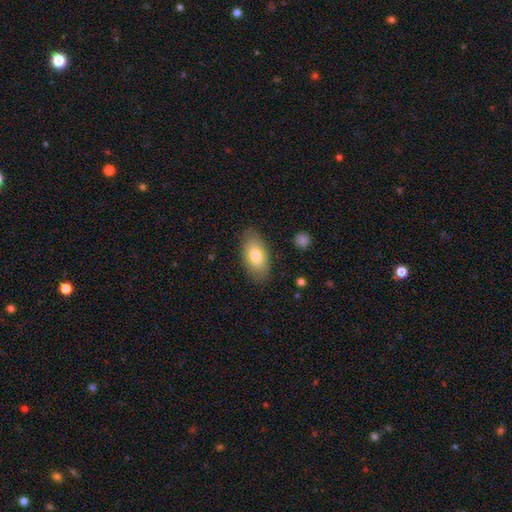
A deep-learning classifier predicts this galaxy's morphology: The model was most divided on "smooth or featured": smooth: 77%, featured or disk: 16%, star or artifact: 7%. More confident: how rounded — in between (92%); merging — none (84%).